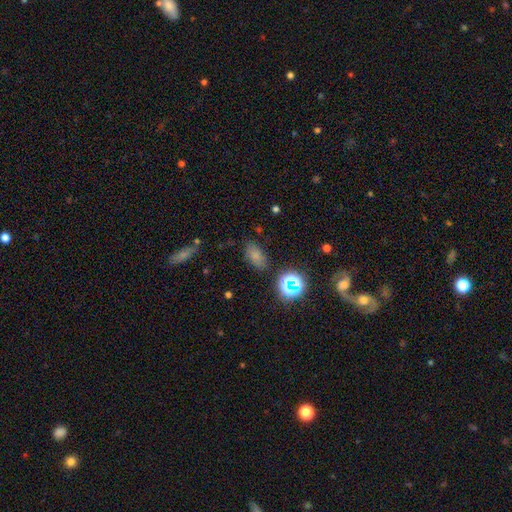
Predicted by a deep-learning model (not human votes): Smooth or featured?
  - smooth: 72% *
  - star or artifact: 20%
  - featured or disk: 8%
How rounded?
  - in between: 87% *
  - round: 9%
  - cigar-shaped: 4%
Merging?
  - none: 77% *
  - minor disturbance: 15%
  - major disturbance: 5%
  - merger: 3%